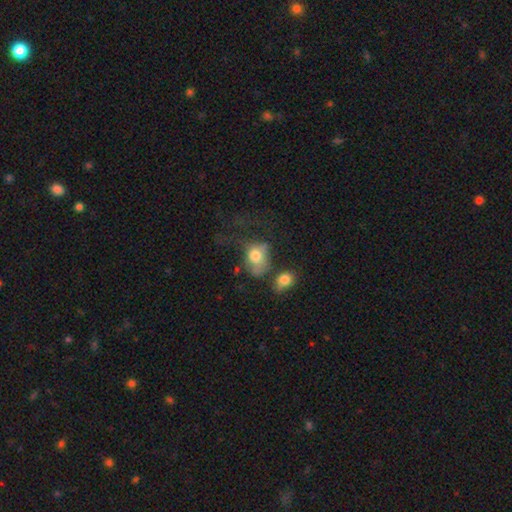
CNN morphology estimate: A smooth galaxy with no disk features (69%) that is in between round and cigar-shaped (59%). Merging: major disturbance (37%).